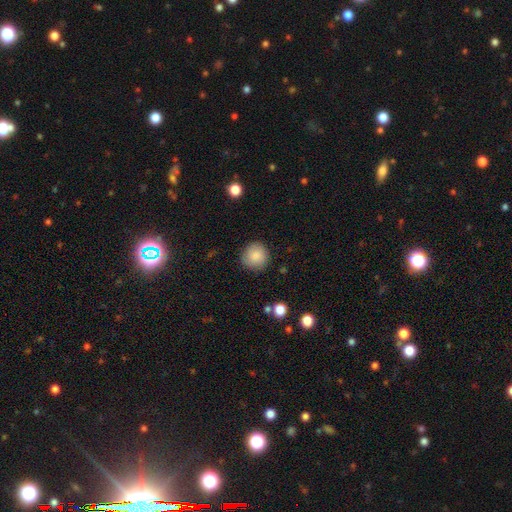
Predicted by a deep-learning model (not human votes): smooth_or_featured: smooth (p=0.86) [alt: star or artifact p=0.08]
how_rounded: round (p=0.93) [alt: in between p=0.07]
merging: none (p=0.86) [alt: minor disturbance p=0.10]